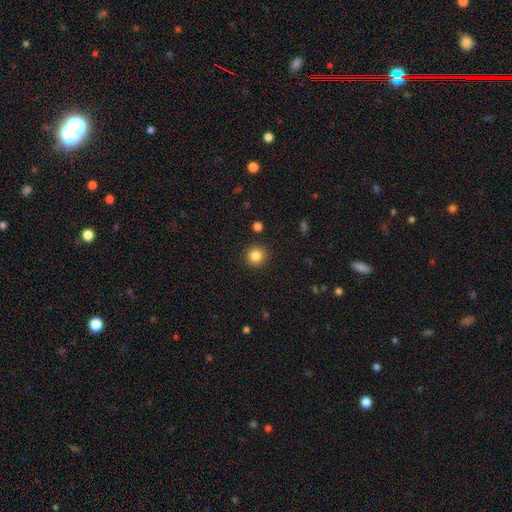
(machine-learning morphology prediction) Overall: smooth (84%). How rounded: round (94%). Merging: none (91%).